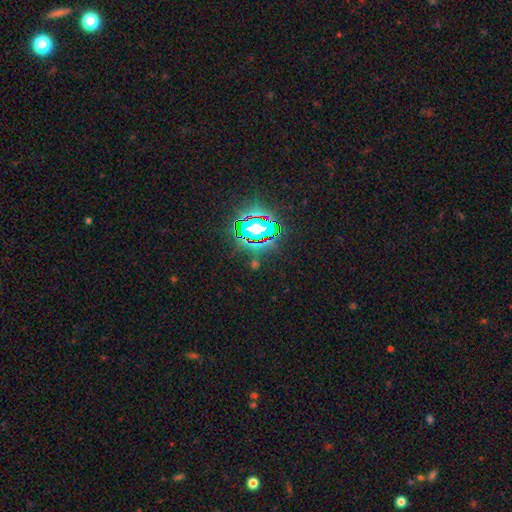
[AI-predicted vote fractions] A star or artifact, not a galaxy (76%).

Vote fractions:
- Smooth or featured? star or artifact: 76% / smooth: 14% / featured or disk: 10%